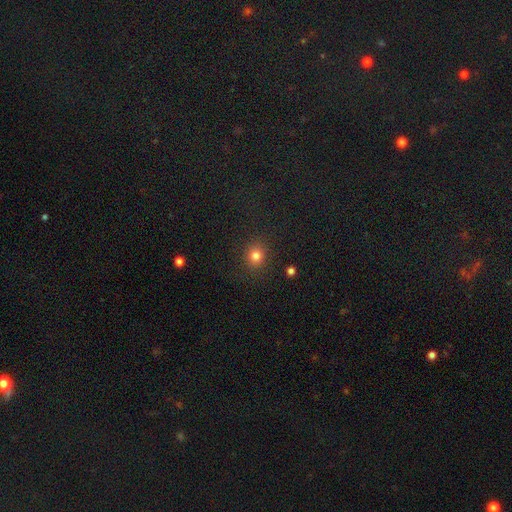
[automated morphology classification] This appears to be a smooth galaxy with no disk features (81%) that is round (84%). Merging: none (88%).